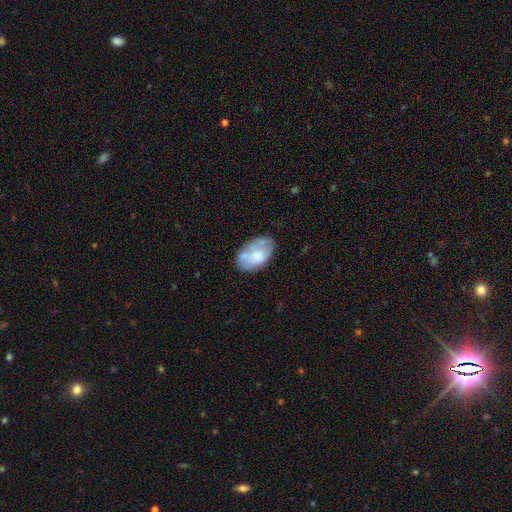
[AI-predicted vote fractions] A smooth galaxy with no disk features (59%) that is in between round and cigar-shaped (91%).

Vote fractions:
- Smooth or featured? smooth: 59% / featured or disk: 34% / star or artifact: 7%
- How rounded? in between: 91% / round: 8% / cigar-shaped: 1%
- Merging? none: 59% / minor disturbance: 26% / major disturbance: 9% / merger: 6%